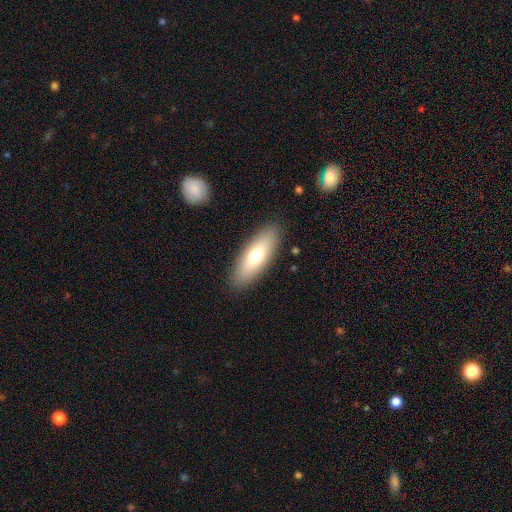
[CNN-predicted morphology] A smooth galaxy with no disk features (72%) that is in between round and cigar-shaped (63%).

Vote fractions:
- Smooth or featured? smooth: 72% / featured or disk: 22% / star or artifact: 6%
- How rounded? in between: 63% / cigar-shaped: 35% / round: 2%
- Merging? none: 89% / minor disturbance: 8% / major disturbance: 2% / merger: 1%